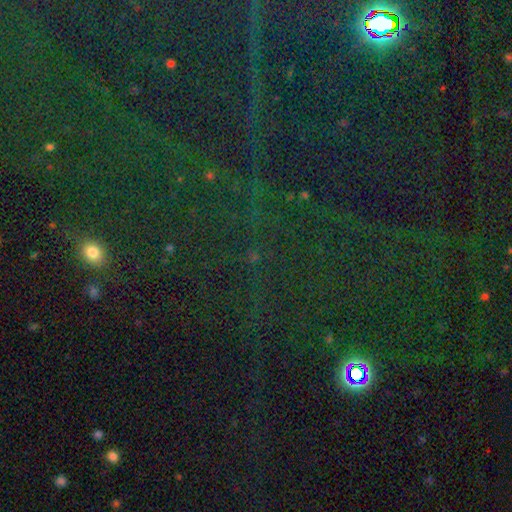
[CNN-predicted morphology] type=star or artifact (79%).